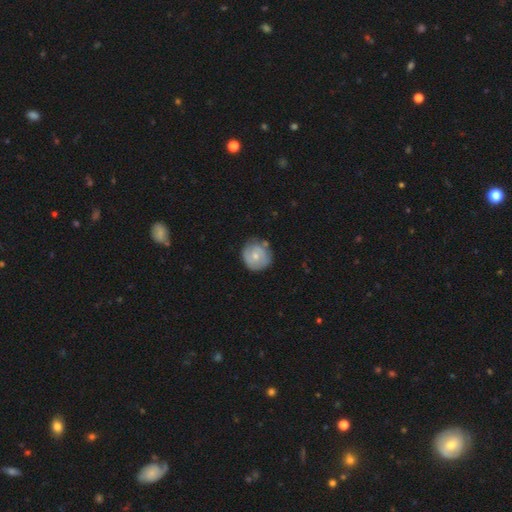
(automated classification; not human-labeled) Q: Smooth or featured?
A: smooth (52%); runner-up: featured or disk (42%)
Q: How rounded?
A: round (89%); runner-up: in between (10%)
Q: Merging?
A: none (68%); runner-up: minor disturbance (23%)